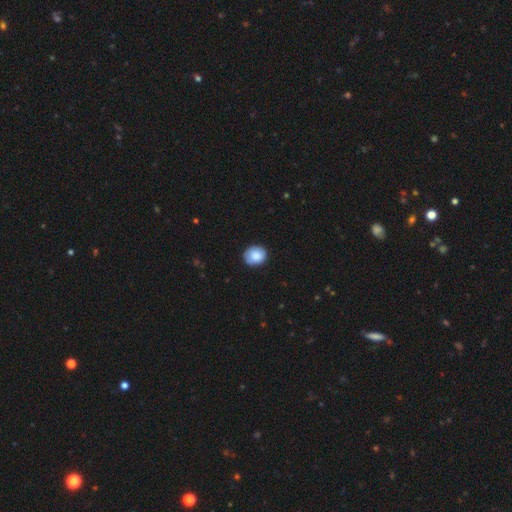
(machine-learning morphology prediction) Q: Smooth or featured?
A: smooth (85%); runner-up: featured or disk (8%)
Q: How rounded?
A: round (64%); runner-up: in between (35%)
Q: Merging?
A: none (82%); runner-up: minor disturbance (14%)